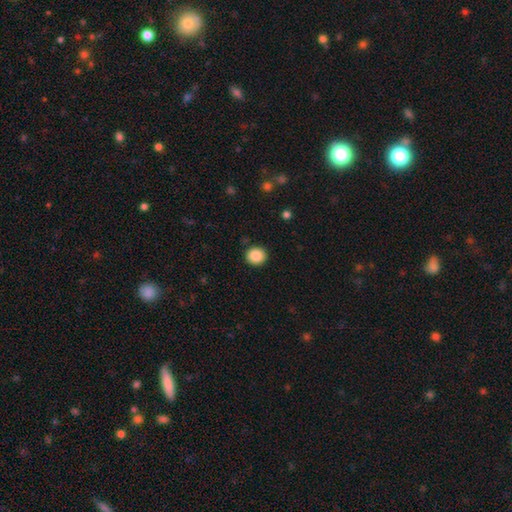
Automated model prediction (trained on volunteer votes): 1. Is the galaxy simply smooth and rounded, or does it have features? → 87% smooth, 9% star or artifact, 4% featured or disk.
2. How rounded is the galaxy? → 88% round, 11% in between, 1% cigar-shaped.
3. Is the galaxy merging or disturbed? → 91% none, 6% minor disturbance, 2% major disturbance, 1% merger.